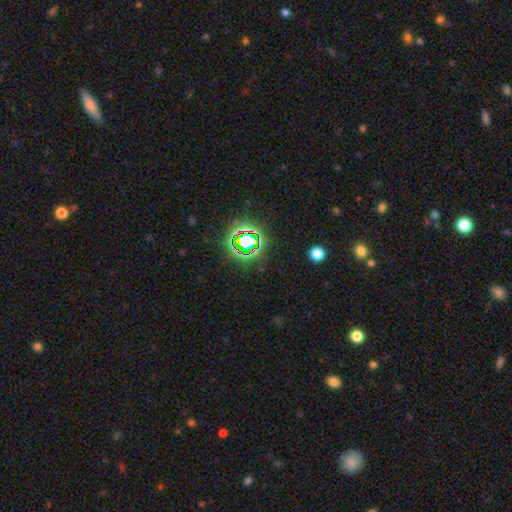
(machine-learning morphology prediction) Smooth or featured: star or artifact — 72% (smooth — 20%)